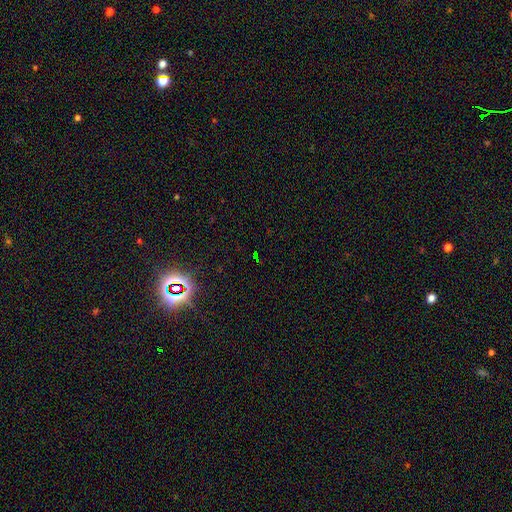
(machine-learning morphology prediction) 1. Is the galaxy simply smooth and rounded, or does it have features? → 75% star or artifact, 16% smooth, 8% featured or disk.